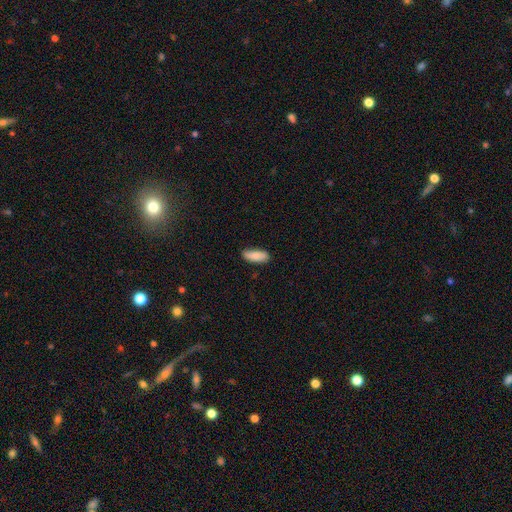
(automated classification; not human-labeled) A smooth galaxy with no disk features (86%) that is in between round and cigar-shaped (73%).

Vote fractions:
- Smooth or featured? smooth: 86% / featured or disk: 8% / star or artifact: 6%
- How rounded? in between: 73% / cigar-shaped: 25% / round: 2%
- Merging? none: 81% / minor disturbance: 16% / major disturbance: 2% / merger: 1%